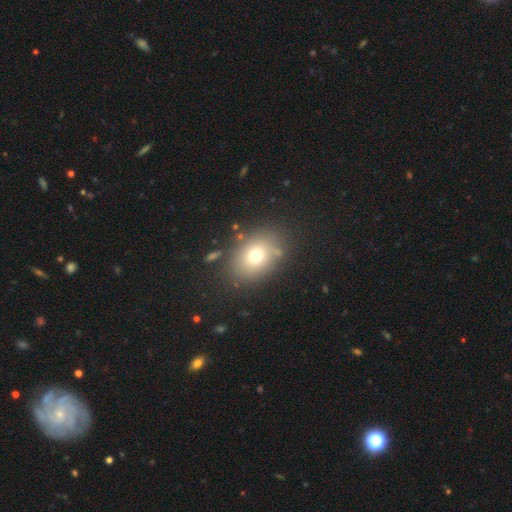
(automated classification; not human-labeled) Smooth or featured: smooth — 72% (featured or disk — 14%)
How rounded: in between — 64% (round — 35%)
Merging: none — 80% (minor disturbance — 12%)